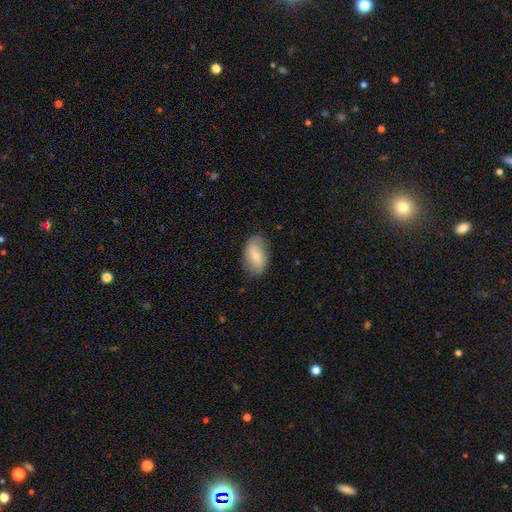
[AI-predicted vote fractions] Overall: smooth (68%). How rounded: in between (91%). Merging: none (79%).